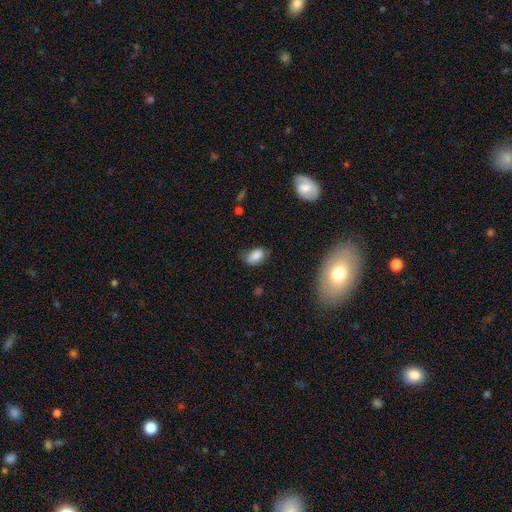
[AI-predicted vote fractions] Smooth or featured?
  - smooth: 80% *
  - featured or disk: 12%
  - star or artifact: 9%
How rounded?
  - in between: 90% *
  - round: 8%
  - cigar-shaped: 2%
Merging?
  - none: 58% *
  - minor disturbance: 31%
  - major disturbance: 9%
  - merger: 2%